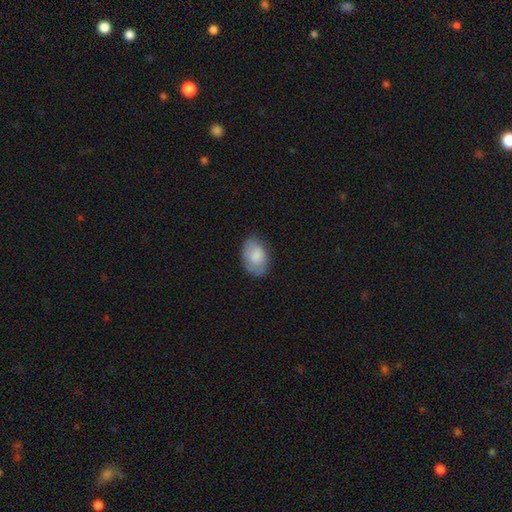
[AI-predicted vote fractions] Q: Smooth or featured?
A: smooth (80%); runner-up: featured or disk (14%)
Q: How rounded?
A: in between (89%); runner-up: round (10%)
Q: Merging?
A: none (70%); runner-up: minor disturbance (23%)